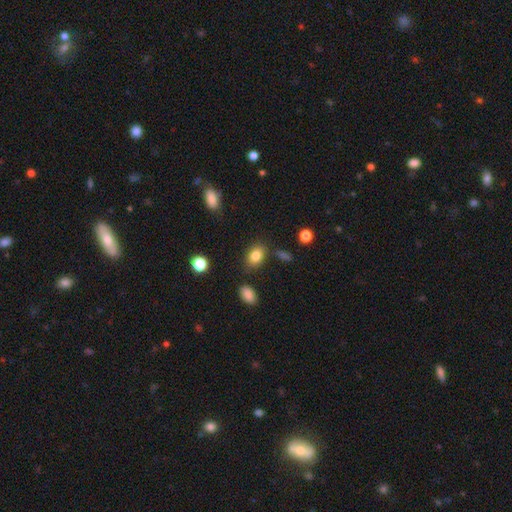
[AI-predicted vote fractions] Morphology: type=smooth (83%); roundness=in between (78%); merging=none (78%).